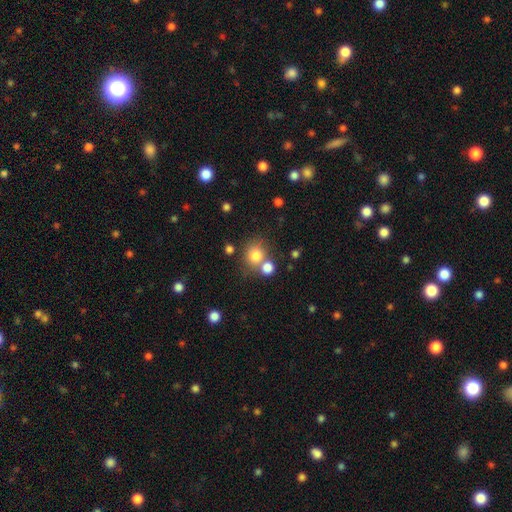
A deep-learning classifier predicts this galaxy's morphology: Q: Smooth or featured?
A: smooth (79%); runner-up: star or artifact (12%)
Q: How rounded?
A: round (82%); runner-up: in between (17%)
Q: Merging?
A: none (59%); runner-up: merger (27%)